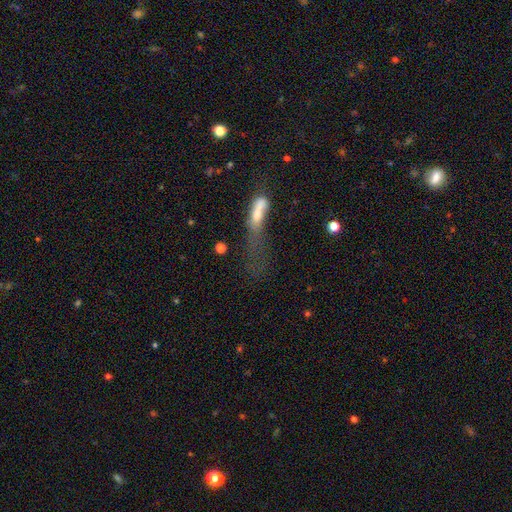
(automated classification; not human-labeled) Q: Smooth or featured?
A: smooth (41%); runner-up: featured or disk (33%)
Q: Merging?
A: major disturbance (37%); runner-up: none (27%)